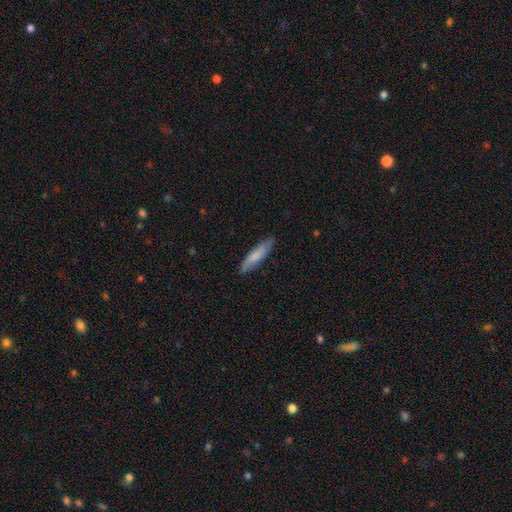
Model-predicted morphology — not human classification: A smooth galaxy with no disk features (72%) that is cigar-shaped (79%). Merging: none (85%).